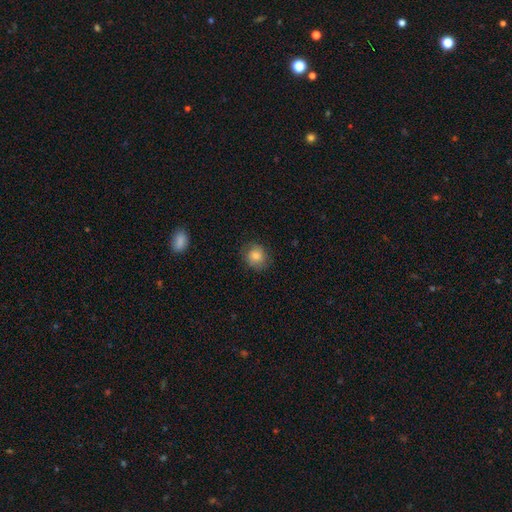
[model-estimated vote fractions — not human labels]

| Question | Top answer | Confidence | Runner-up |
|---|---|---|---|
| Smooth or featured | smooth | 80% | featured or disk (11%) |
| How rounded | round | 82% | in between (17%) |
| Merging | none | 80% | minor disturbance (14%) |